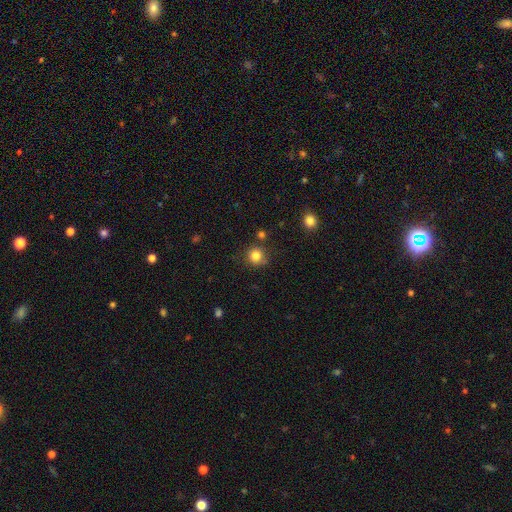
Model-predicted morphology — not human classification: smooth-or-featured: smooth: 84% | star or artifact: 12% | featured or disk: 5%
  how-rounded: round: 92% | in between: 7% | cigar-shaped: 1%
  merging: none: 81% | minor disturbance: 11% | merger: 6% | major disturbance: 3%